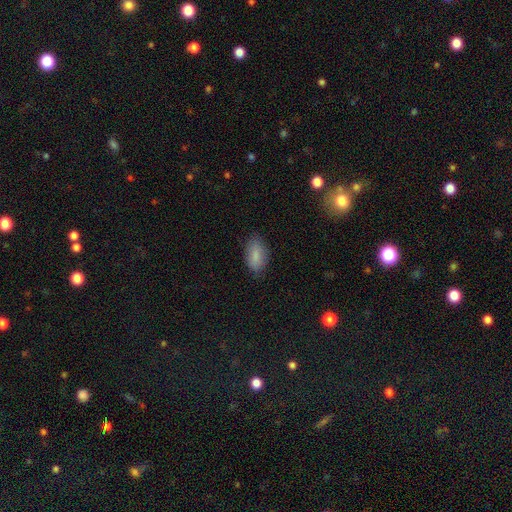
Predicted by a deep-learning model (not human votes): Smooth or featured?
  - smooth: 86% *
  - star or artifact: 7%
  - featured or disk: 7%
How rounded?
  - in between: 92% *
  - round: 4%
  - cigar-shaped: 4%
Merging?
  - none: 80% *
  - minor disturbance: 15%
  - major disturbance: 4%
  - merger: 1%